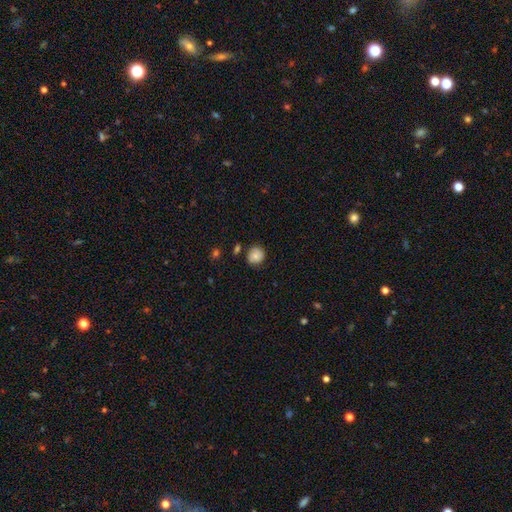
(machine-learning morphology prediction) A smooth galaxy with no disk features (80%) that is round (88%). Merging: none (79%).